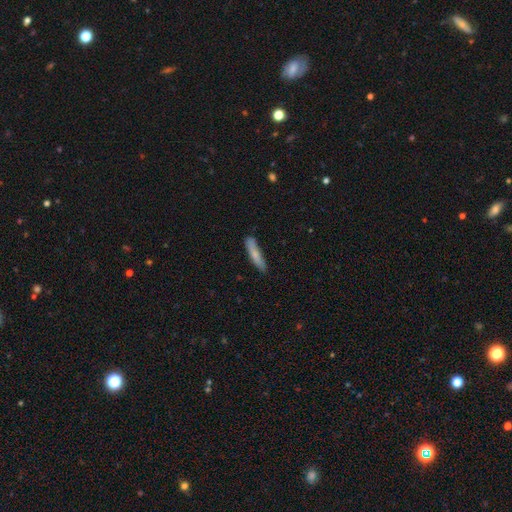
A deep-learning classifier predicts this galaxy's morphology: The model was most divided on "smooth or featured": smooth: 69%, featured or disk: 24%, star or artifact: 8%. More confident: how rounded — cigar-shaped (88%); merging — none (81%).